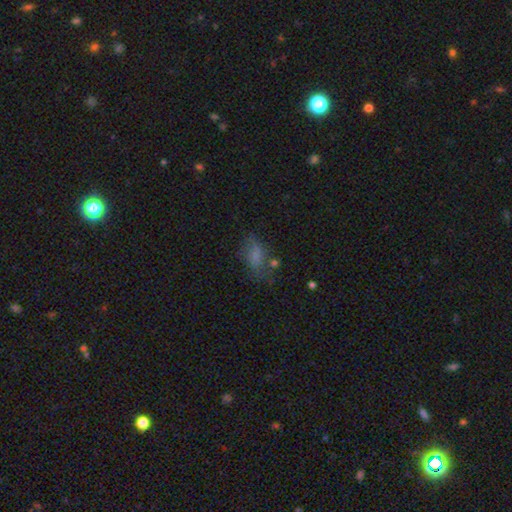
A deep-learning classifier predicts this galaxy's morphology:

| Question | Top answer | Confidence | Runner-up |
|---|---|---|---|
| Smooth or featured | smooth | 63% | featured or disk (21%) |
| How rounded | in between | 84% | round (11%) |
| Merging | none | 50% | minor disturbance (25%) |